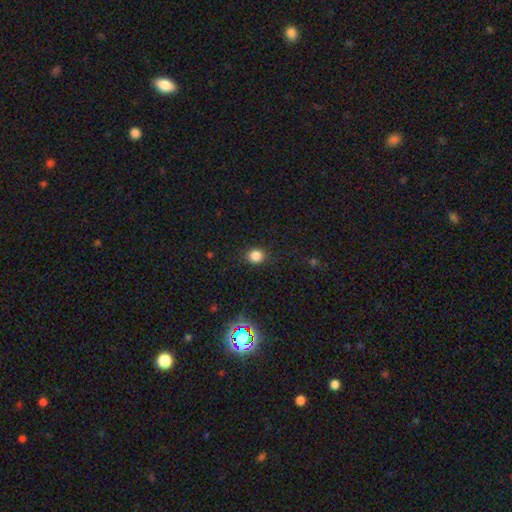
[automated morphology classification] This appears to be a smooth galaxy with no disk features (83%) that is round (79%). Merging: none (88%).